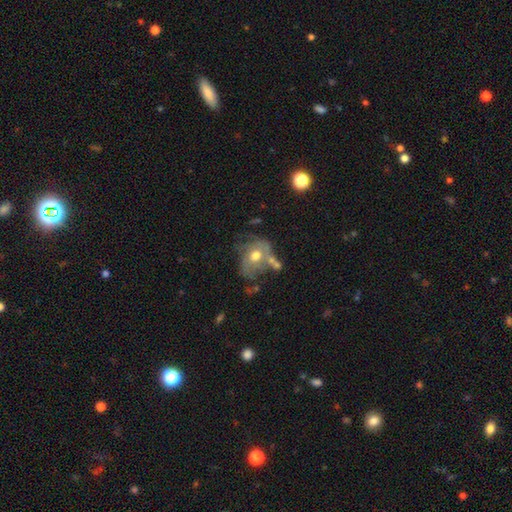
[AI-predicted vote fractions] smooth_or_featured: featured or disk (p=0.56) [alt: smooth p=0.32]
disk_edge_on: no (p=0.96) [alt: yes p=0.04]
bar: no (p=0.81) [alt: weak p=0.15]
has_spiral_arms: no (p=0.52) [alt: yes p=0.48]
bulge_size: moderate (p=0.76) [alt: small p=0.14]
merging: none (p=0.37) [alt: major disturbance p=0.24]